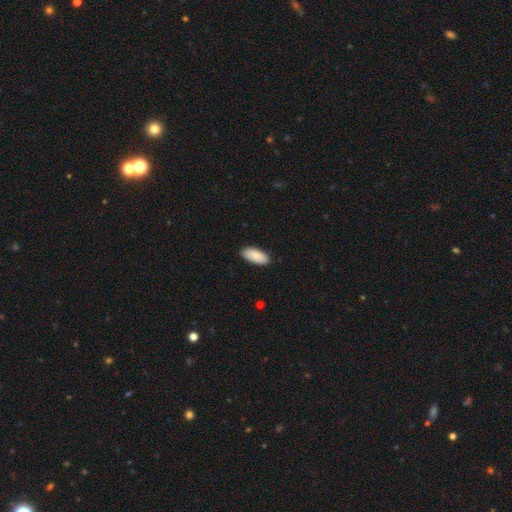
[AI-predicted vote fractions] Smooth or featured?
  - smooth: 85% *
  - featured or disk: 9%
  - star or artifact: 6%
How rounded?
  - in between: 89% *
  - cigar-shaped: 9%
  - round: 2%
Merging?
  - none: 87% *
  - minor disturbance: 10%
  - major disturbance: 2%
  - merger: 1%